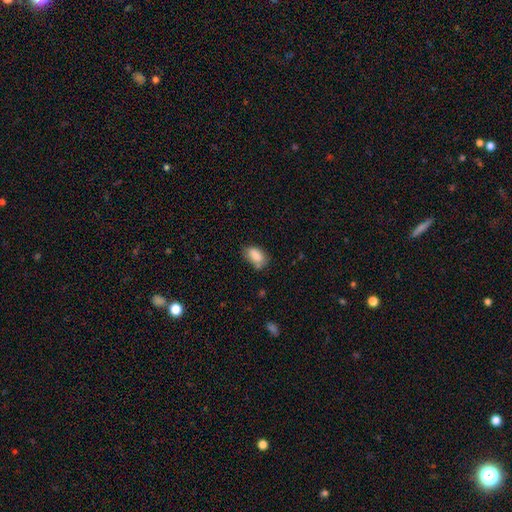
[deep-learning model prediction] Smooth or featured?
  - smooth: 85% *
  - star or artifact: 8%
  - featured or disk: 7%
How rounded?
  - in between: 90% *
  - round: 7%
  - cigar-shaped: 3%
Merging?
  - none: 61% *
  - minor disturbance: 27%
  - merger: 6%
  - major disturbance: 6%